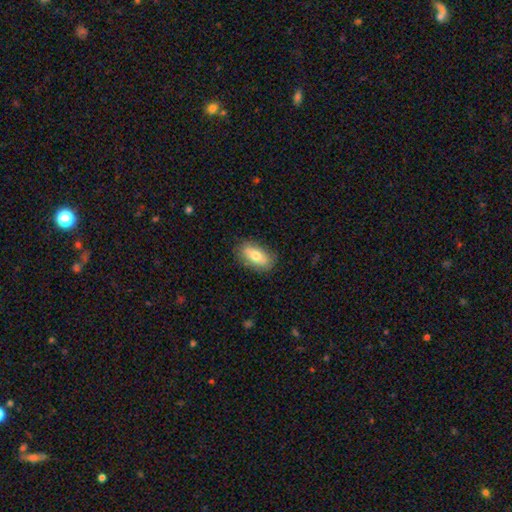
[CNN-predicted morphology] This is likely a smooth galaxy (72%). How rounded: clearly in between (88%). Merging: clearly none (85%).